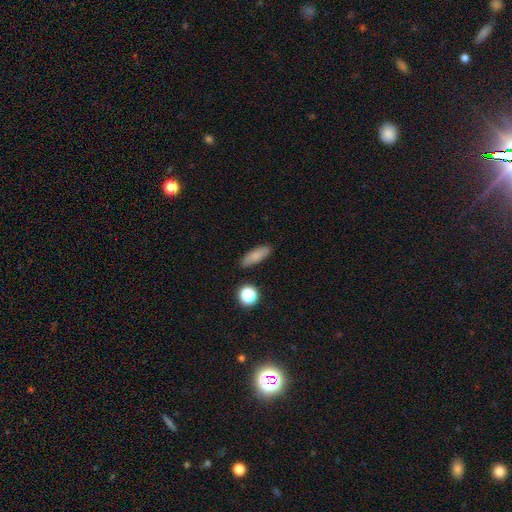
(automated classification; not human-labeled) A smooth galaxy with no disk features (79%) that is in between round and cigar-shaped (59%).

Vote fractions:
- Smooth or featured? smooth: 79% / featured or disk: 11% / star or artifact: 9%
- How rounded? in between: 59% / cigar-shaped: 36% / round: 5%
- Merging? none: 85% / minor disturbance: 10% / major disturbance: 3% / merger: 2%